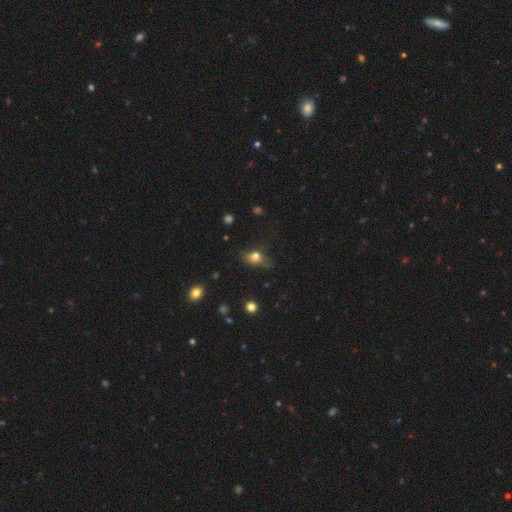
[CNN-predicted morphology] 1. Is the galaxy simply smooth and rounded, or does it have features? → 69% smooth, 17% featured or disk, 14% star or artifact.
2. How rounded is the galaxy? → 60% in between, 34% round, 6% cigar-shaped.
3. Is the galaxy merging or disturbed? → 58% none, 27% minor disturbance, 12% major disturbance, 3% merger.